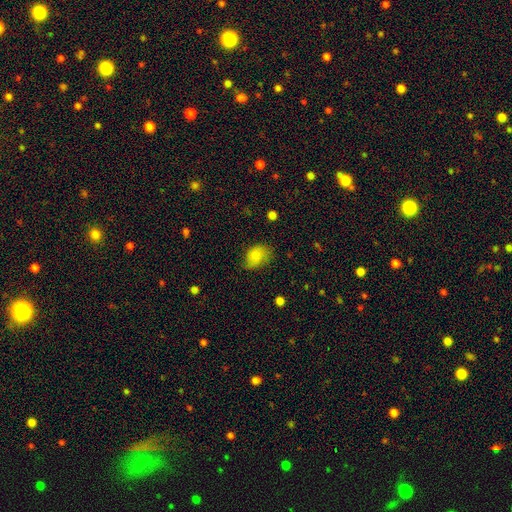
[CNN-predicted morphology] Smooth or featured? Predicted: smooth (p=0.81). How rounded? Predicted: in between (p=0.77). Merging? Predicted: none (p=0.61).